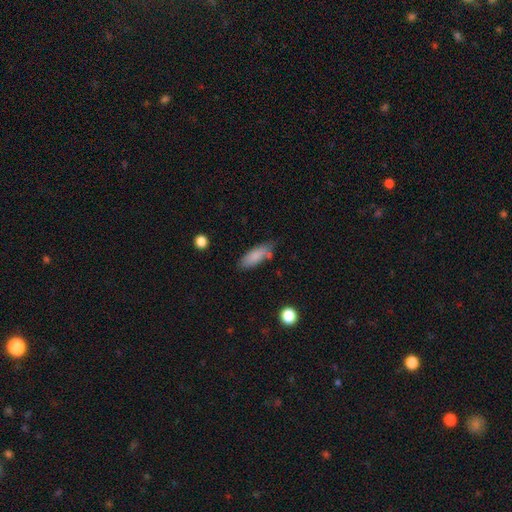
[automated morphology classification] A smooth galaxy with no disk features (84%) that is in between round and cigar-shaped (67%).

Vote fractions:
- Smooth or featured? smooth: 84% / featured or disk: 10% / star or artifact: 7%
- How rounded? in between: 67% / cigar-shaped: 31% / round: 2%
- Merging? none: 67% / minor disturbance: 22% / merger: 6% / major disturbance: 5%